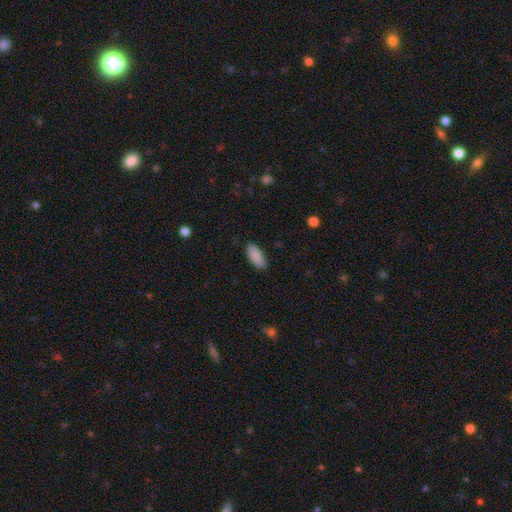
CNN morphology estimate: smooth 89%, star or artifact 6%, featured or disk 4%. Down the decision tree: how rounded — in between (85%); merging — none (85%).